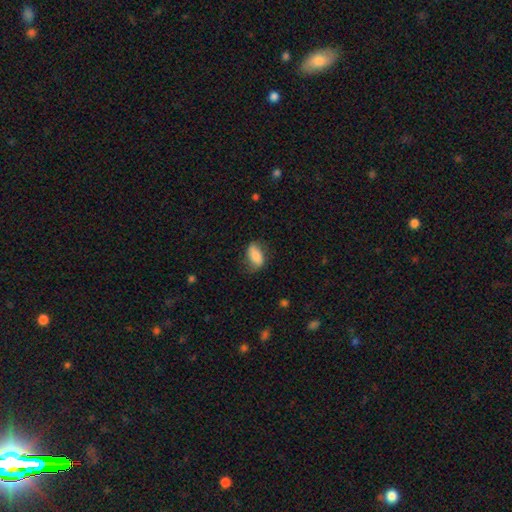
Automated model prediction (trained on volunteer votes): Smooth or featured: smooth — 79% (featured or disk — 14%)
How rounded: in between — 88% (cigar-shaped — 7%)
Merging: none — 59% (minor disturbance — 28%)